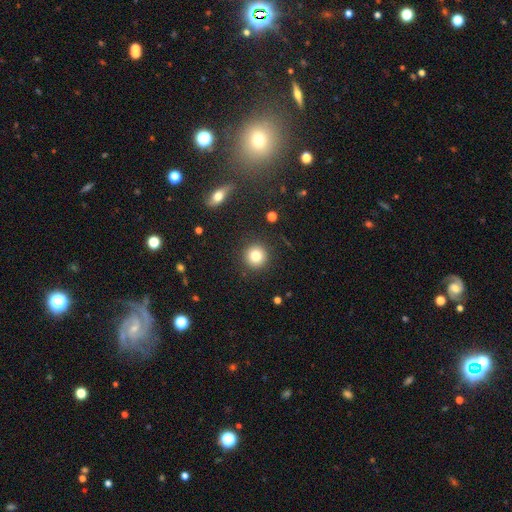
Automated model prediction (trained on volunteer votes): Smooth or featured: smooth — 82% (star or artifact — 11%)
How rounded: round — 94% (in between — 5%)
Merging: none — 91% (minor disturbance — 6%)